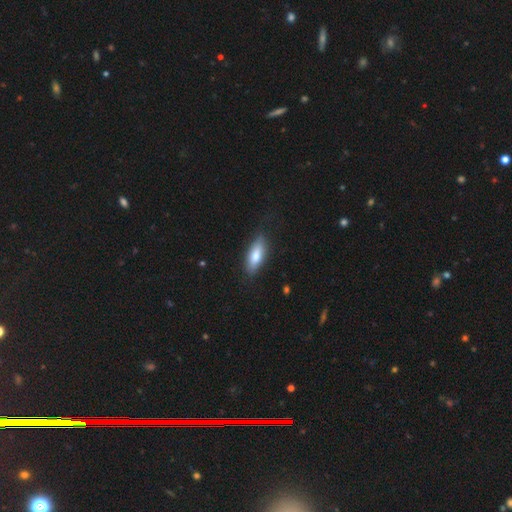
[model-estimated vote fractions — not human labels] A smooth galaxy with no disk features (77%) that is in between round and cigar-shaped (73%).

Vote fractions:
- Smooth or featured? smooth: 77% / featured or disk: 17% / star or artifact: 6%
- How rounded? in between: 73% / cigar-shaped: 25% / round: 2%
- Merging? none: 80% / minor disturbance: 16% / major disturbance: 3% / merger: 1%